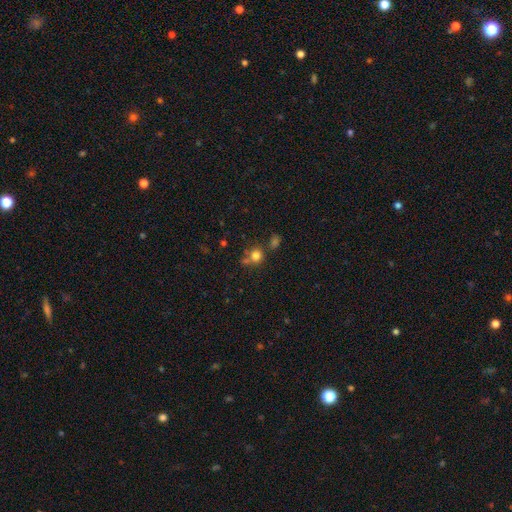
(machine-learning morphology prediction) The model was most divided on "merging": none: 60%, merger: 21%, minor disturbance: 13%, major disturbance: 6%. More confident: how rounded — round (86%); smooth or featured — smooth (76%).